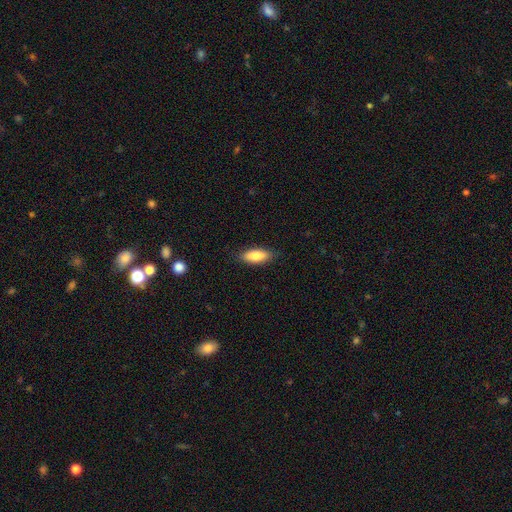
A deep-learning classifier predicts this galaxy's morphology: Smooth or featured? smooth (81%)
How rounded? in between (77%)
Merging? none (86%)